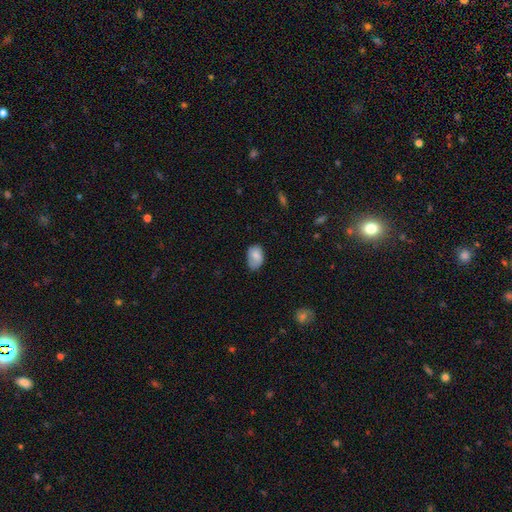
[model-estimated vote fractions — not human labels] Morphology: type=smooth (78%); roundness=in between (86%); merging=none (59%).